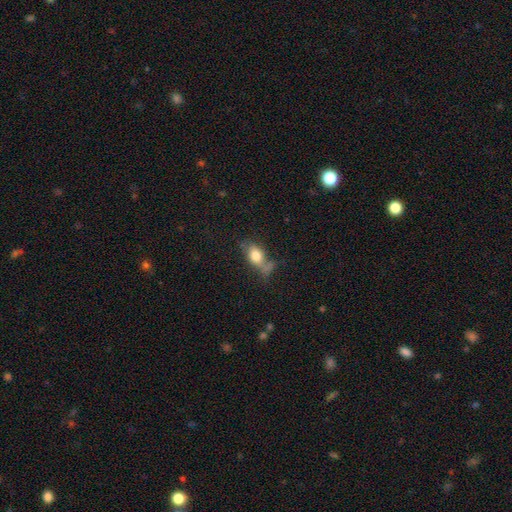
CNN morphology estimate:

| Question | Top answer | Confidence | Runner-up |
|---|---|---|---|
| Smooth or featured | smooth | 71% | featured or disk (20%) |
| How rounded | in between | 80% | round (12%) |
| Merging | none | 42% | minor disturbance (25%) |